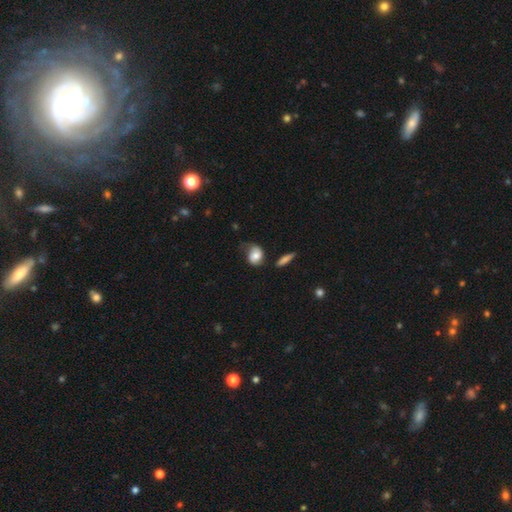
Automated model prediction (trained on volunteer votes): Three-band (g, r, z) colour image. It shows a smooth galaxy with no disk features (68%) that is in between round and cigar-shaped (52%). Merging: none (42%).